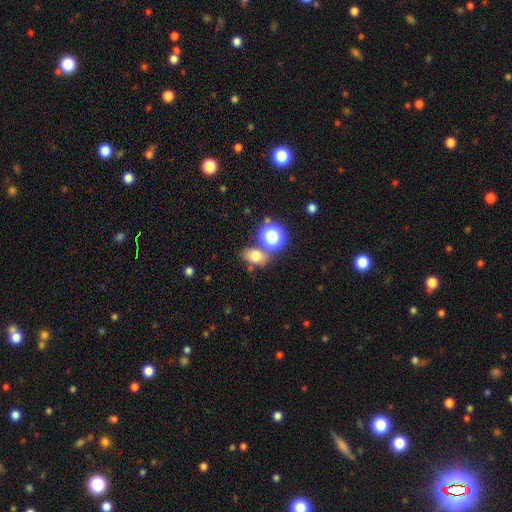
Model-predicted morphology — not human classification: smooth_or_featured: smooth (p=0.70) [alt: star or artifact p=0.18]
how_rounded: in between (p=0.69) [alt: round p=0.29]
merging: none (p=0.63) [alt: merger p=0.19]